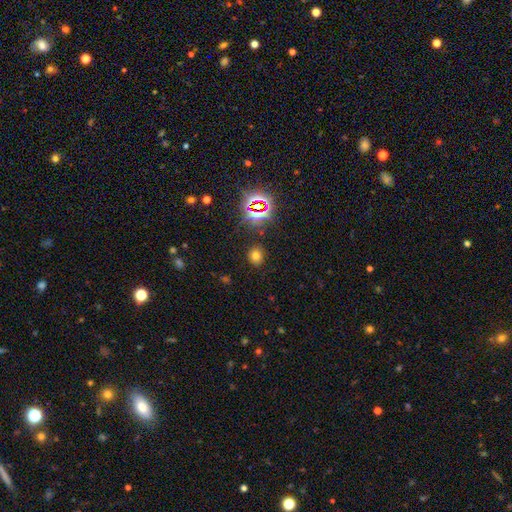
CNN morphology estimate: A smooth galaxy with no disk features (66%) that is round (74%). Merging: none (86%).